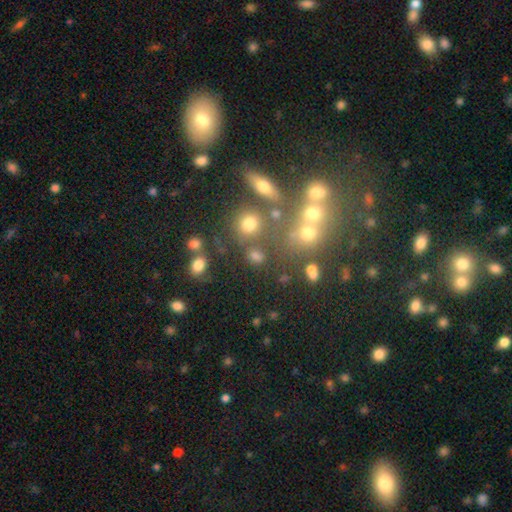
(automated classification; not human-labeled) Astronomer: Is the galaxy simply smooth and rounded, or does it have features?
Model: smooth — 70%.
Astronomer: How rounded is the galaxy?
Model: round — 55% (runner-up: in between, 42%).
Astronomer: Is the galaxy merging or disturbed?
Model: none — 62%.